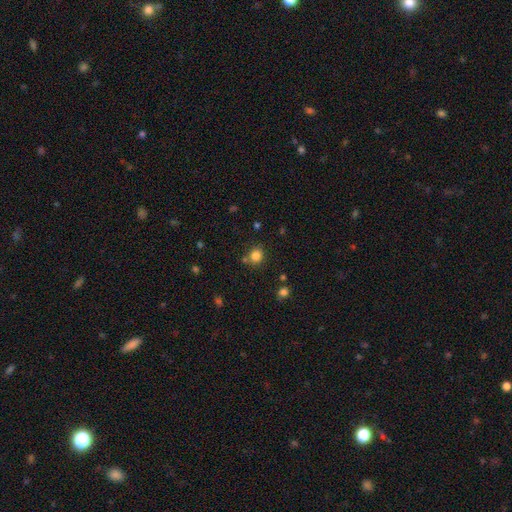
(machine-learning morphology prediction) Smooth or featured? smooth (82%)
How rounded? round (82%)
Merging? none (76%)